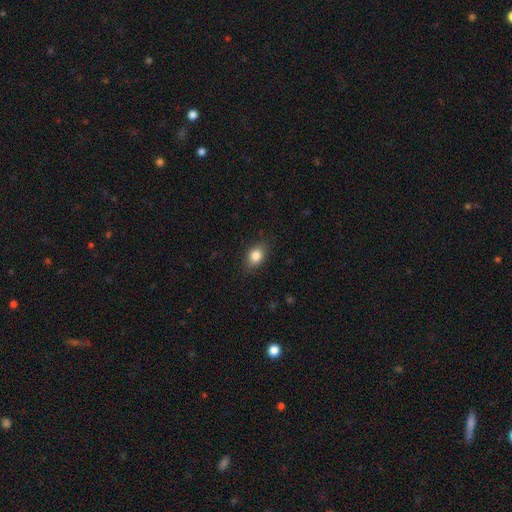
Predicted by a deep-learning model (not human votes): This appears to be a smooth galaxy with no disk features (84%) that is in between round and cigar-shaped (76%). Merging: none (85%).